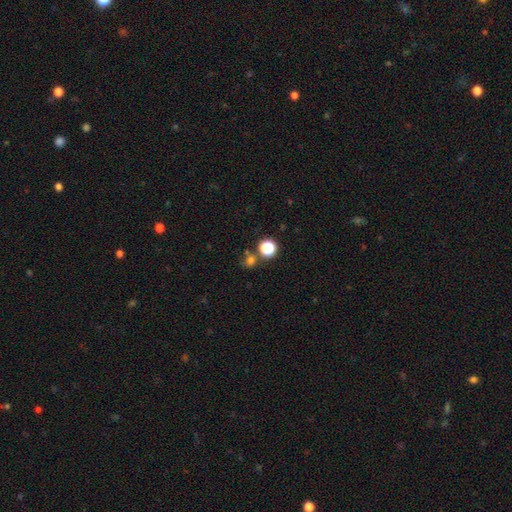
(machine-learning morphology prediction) Q: Smooth or featured?
A: star or artifact (48%); runner-up: smooth (41%)